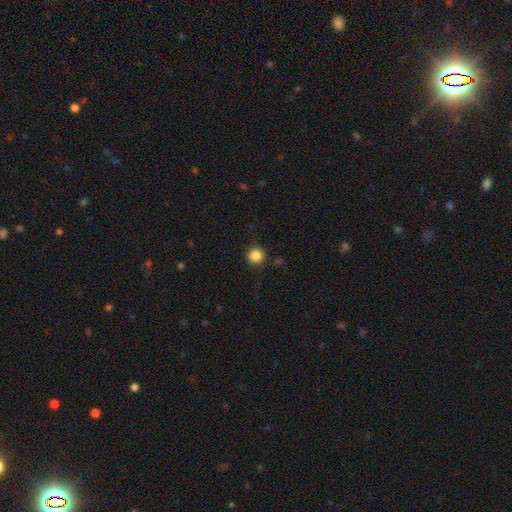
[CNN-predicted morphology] smooth 85%, star or artifact 11%, featured or disk 4%. Down the decision tree: how rounded — round (95%); merging — none (91%).